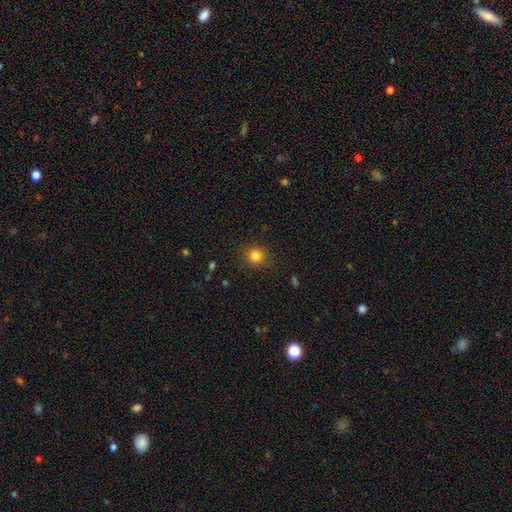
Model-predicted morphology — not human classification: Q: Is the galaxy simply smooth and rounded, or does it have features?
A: smooth — 82%.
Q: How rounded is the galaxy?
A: round — 86%.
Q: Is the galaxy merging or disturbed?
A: none — 87%.